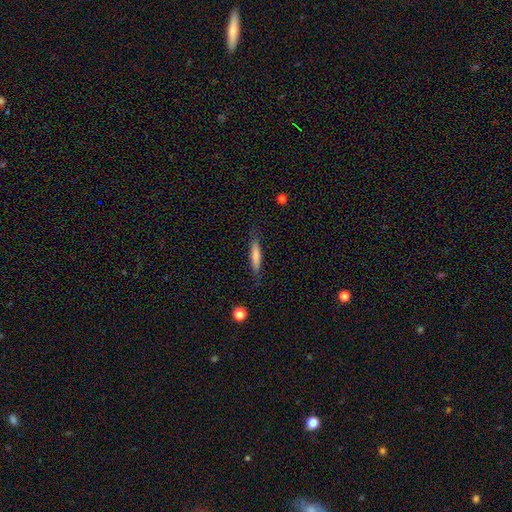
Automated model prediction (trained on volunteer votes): Q: Smooth or featured?
A: smooth (76%); runner-up: featured or disk (18%)
Q: How rounded?
A: cigar-shaped (85%); runner-up: in between (13%)
Q: Merging?
A: none (82%); runner-up: minor disturbance (14%)